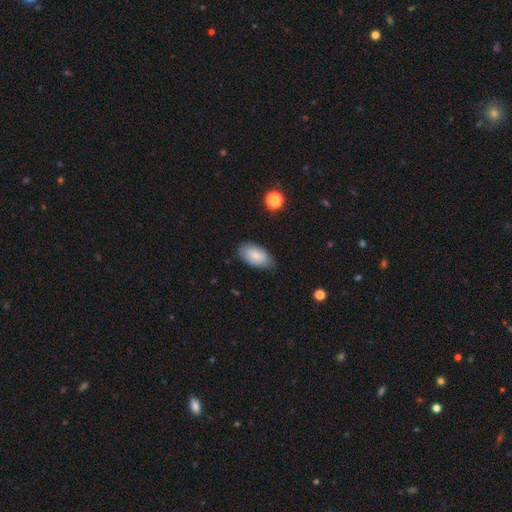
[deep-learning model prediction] A smooth galaxy with no disk features (79%) that is in between round and cigar-shaped (94%). Merging: none (76%).